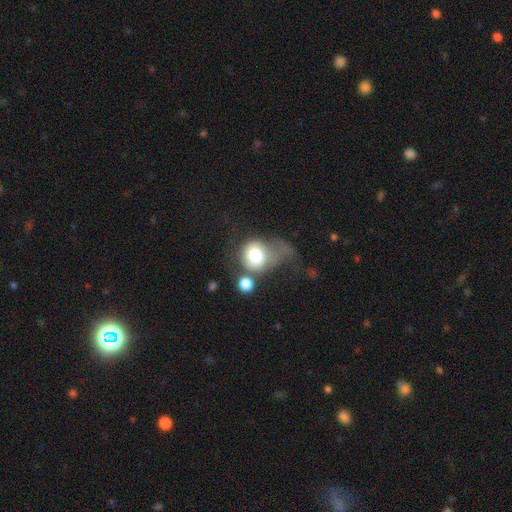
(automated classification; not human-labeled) smooth_or_featured: smooth (p=0.70) [alt: featured or disk p=0.20]
how_rounded: round (p=0.70) [alt: in between p=0.29]
merging: major disturbance (p=0.44) [alt: merger p=0.21]